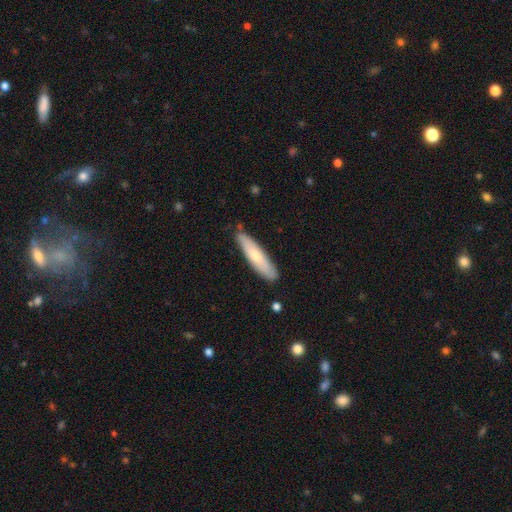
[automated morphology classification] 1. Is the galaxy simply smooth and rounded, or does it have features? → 66% smooth, 29% featured or disk, 5% star or artifact.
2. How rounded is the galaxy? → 77% cigar-shaped, 21% in between, 1% round.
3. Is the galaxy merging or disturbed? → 82% none, 14% minor disturbance, 2% major disturbance, 2% merger.